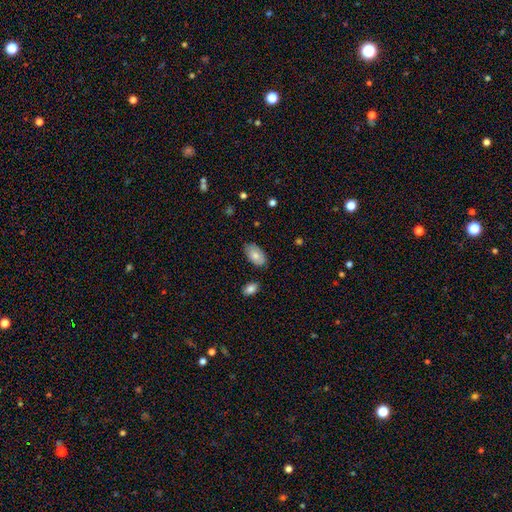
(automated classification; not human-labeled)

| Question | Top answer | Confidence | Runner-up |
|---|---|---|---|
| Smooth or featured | smooth | 79% | featured or disk (15%) |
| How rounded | in between | 94% | round (4%) |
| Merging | none | 77% | minor disturbance (18%) |